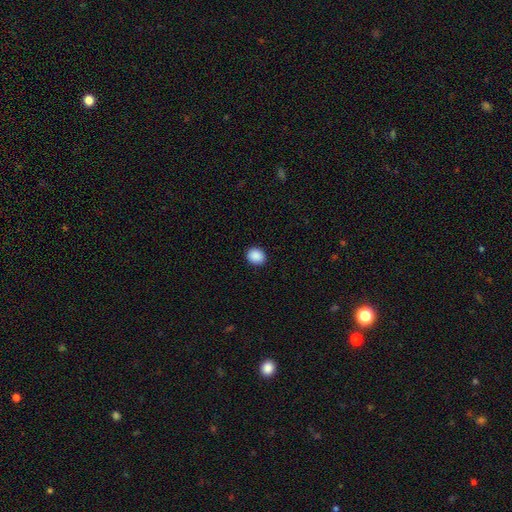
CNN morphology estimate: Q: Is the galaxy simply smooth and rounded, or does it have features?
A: smooth — 89%.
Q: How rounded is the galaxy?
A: round — 65%.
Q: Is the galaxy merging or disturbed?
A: none — 91%.